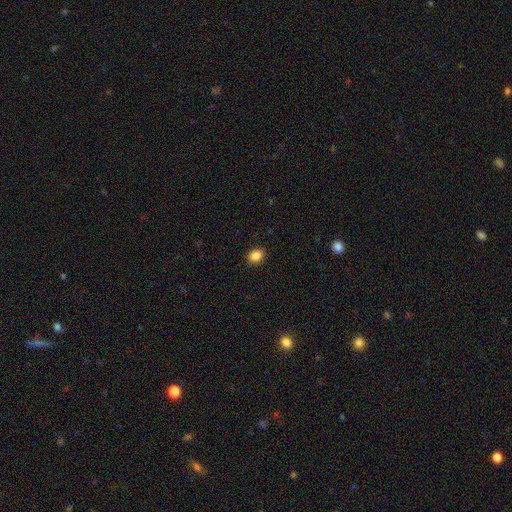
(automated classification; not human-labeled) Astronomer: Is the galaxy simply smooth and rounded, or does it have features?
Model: smooth — 87%.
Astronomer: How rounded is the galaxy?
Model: in between — 62%.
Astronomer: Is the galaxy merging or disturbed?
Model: none — 90%.